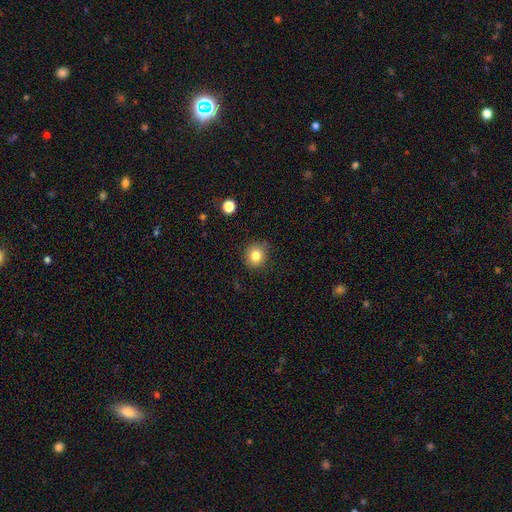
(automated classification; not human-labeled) This is clearly a smooth galaxy (82%). How rounded: clearly round (84%). Merging: clearly none (85%).